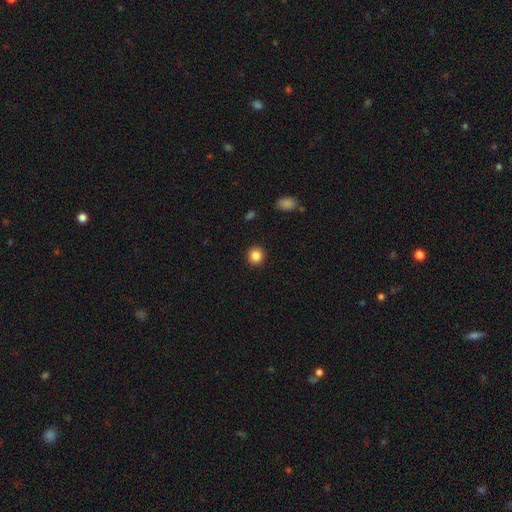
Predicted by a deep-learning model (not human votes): A smooth galaxy with no disk features (86%) that is round (90%). Merging: none (92%).